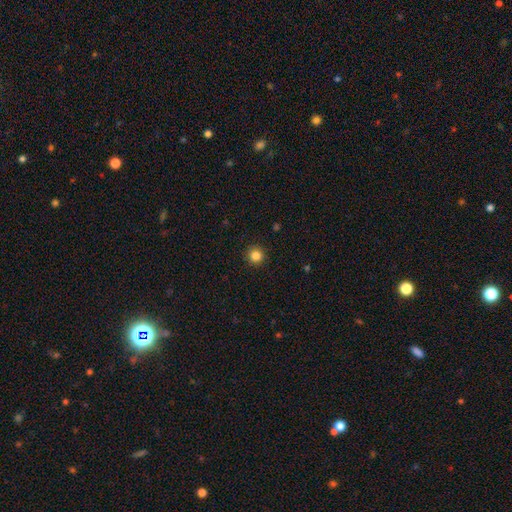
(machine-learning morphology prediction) Overall: smooth (85%). How rounded: round (96%). Merging: none (92%).